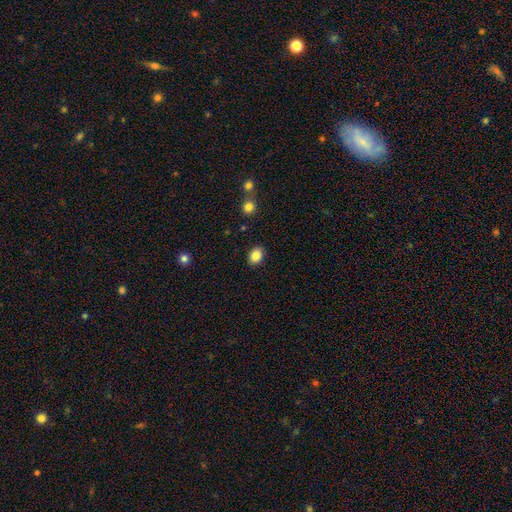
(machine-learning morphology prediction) Smooth or featured? Predicted: smooth (p=0.87). How rounded? Predicted: in between (p=0.67). Merging? Predicted: none (p=0.88).